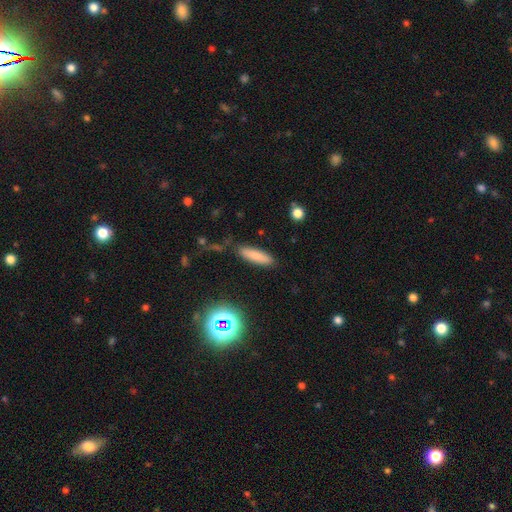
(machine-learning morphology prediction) Smooth or featured?
  - smooth: 82% *
  - star or artifact: 9%
  - featured or disk: 9%
How rounded?
  - cigar-shaped: 62% *
  - in between: 36%
  - round: 2%
Merging?
  - none: 85% *
  - minor disturbance: 10%
  - major disturbance: 3%
  - merger: 2%